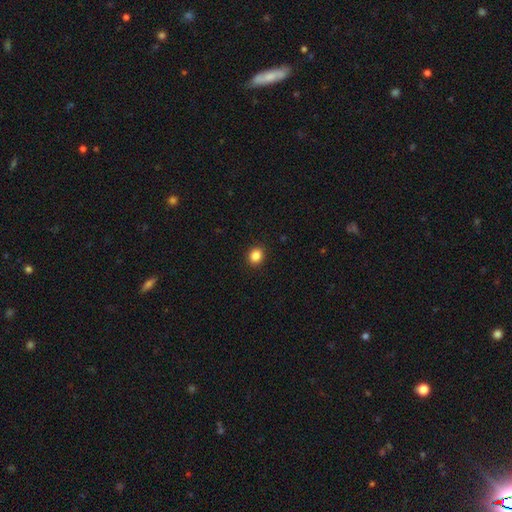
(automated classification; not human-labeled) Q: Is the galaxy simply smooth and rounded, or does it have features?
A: smooth — 86%.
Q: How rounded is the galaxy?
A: round — 77%.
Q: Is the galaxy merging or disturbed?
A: none — 92%.